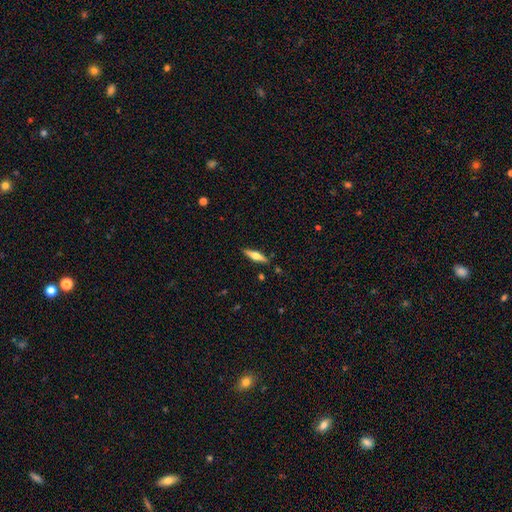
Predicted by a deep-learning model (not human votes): Smooth or featured: featured or disk — 57% (smooth — 37%)
Edge-on disk: yes — 95% (no — 5%)
Edge-on bulge: rounded — 93% (boxy — 5%)
Merging: none — 88% (minor disturbance — 8%)